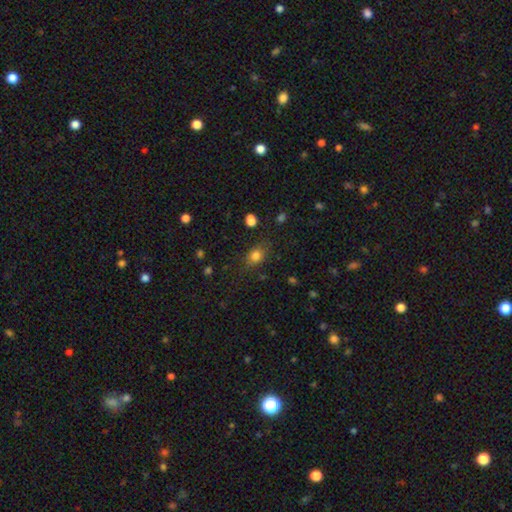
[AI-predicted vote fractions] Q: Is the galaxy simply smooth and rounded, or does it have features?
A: smooth — 80%.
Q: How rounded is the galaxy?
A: in between — 61%.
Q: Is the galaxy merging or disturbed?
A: none — 74%.